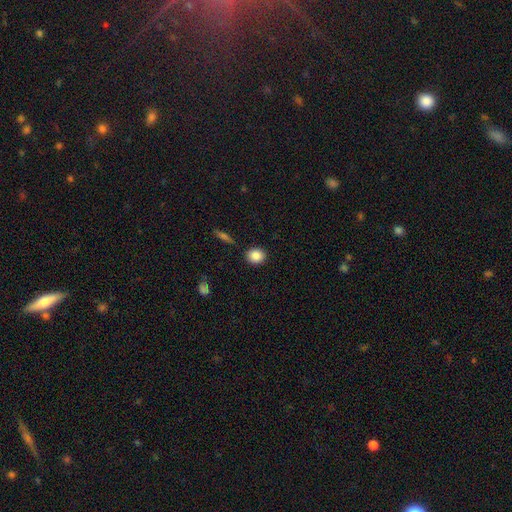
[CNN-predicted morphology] smooth-or-featured: smooth: 87% | star or artifact: 8% | featured or disk: 5%
  how-rounded: round: 73% | in between: 25% | cigar-shaped: 1%
  merging: none: 89% | minor disturbance: 7% | merger: 2% | major disturbance: 2%